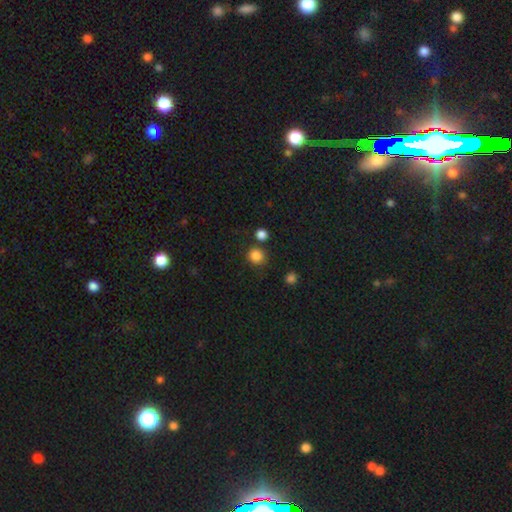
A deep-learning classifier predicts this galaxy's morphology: smooth-or-featured: smooth: 84% | star or artifact: 13% | featured or disk: 4%
  how-rounded: round: 90% | in between: 9% | cigar-shaped: 1%
  merging: none: 78% | merger: 10% | minor disturbance: 9% | major disturbance: 3%